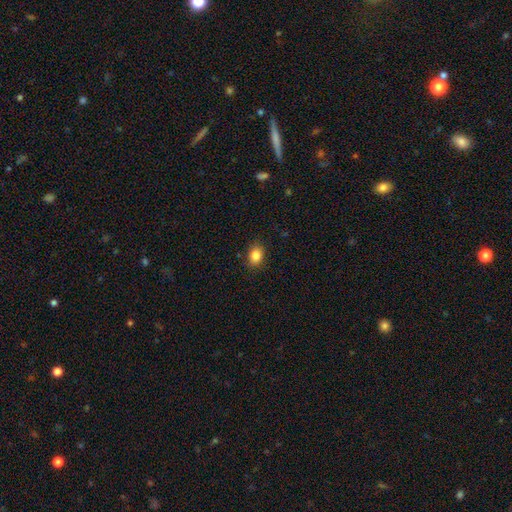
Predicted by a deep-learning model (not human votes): This is clearly a smooth galaxy (85%). How rounded: possibly in between (56%). Merging: clearly none (87%).